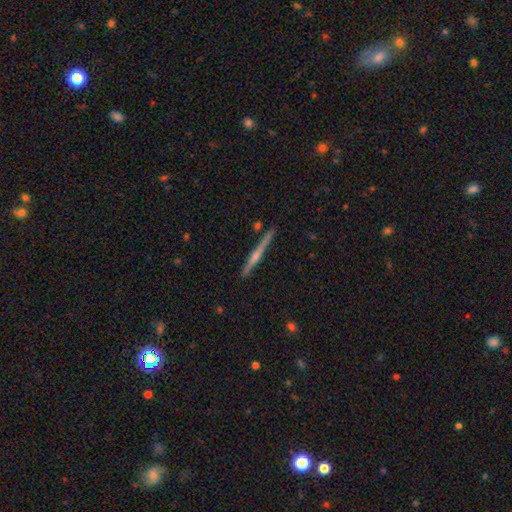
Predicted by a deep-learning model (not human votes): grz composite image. It shows a featured or disk galaxy (70%) viewed edge-on (98%) with a rounded central bulge (68%). Merging: none (89%).